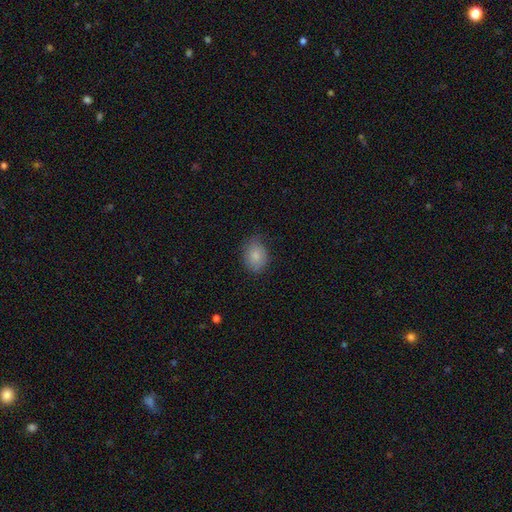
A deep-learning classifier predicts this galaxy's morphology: Smooth or featured?
  - smooth: 84% *
  - featured or disk: 8%
  - star or artifact: 8%
How rounded?
  - in between: 63% *
  - round: 36%
  - cigar-shaped: 1%
Merging?
  - none: 72% *
  - minor disturbance: 22%
  - major disturbance: 5%
  - merger: 1%